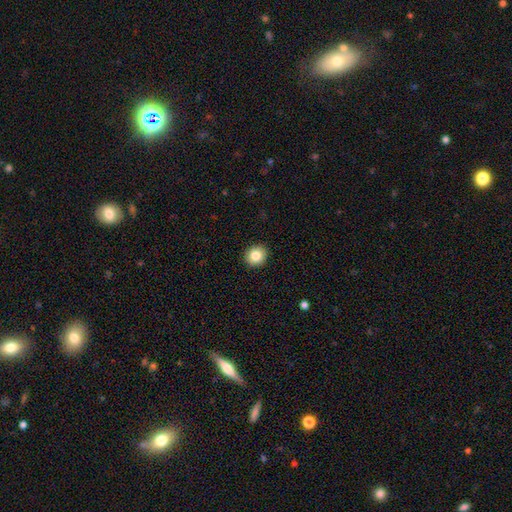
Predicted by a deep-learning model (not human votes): Smooth or featured? smooth (84%)
How rounded? round (80%)
Merging? none (92%)